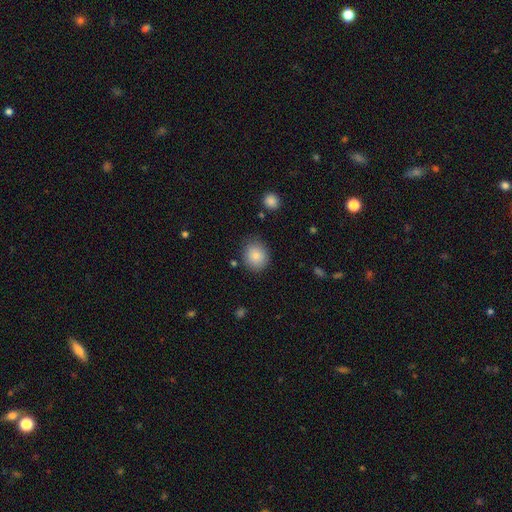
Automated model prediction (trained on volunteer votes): Morphology: type=smooth (85%); roundness=round (75%); merging=none (81%).